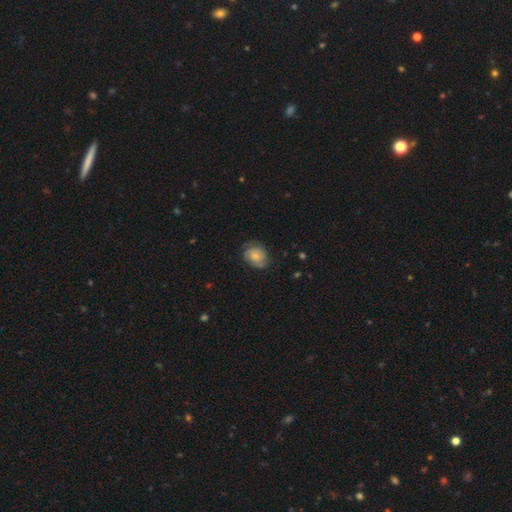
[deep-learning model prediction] A featured or disk galaxy (49%).

Vote fractions:
- Smooth or featured? featured or disk: 49% / smooth: 43% / star or artifact: 8%
- Merging? none: 61% / minor disturbance: 25% / major disturbance: 12% / merger: 1%